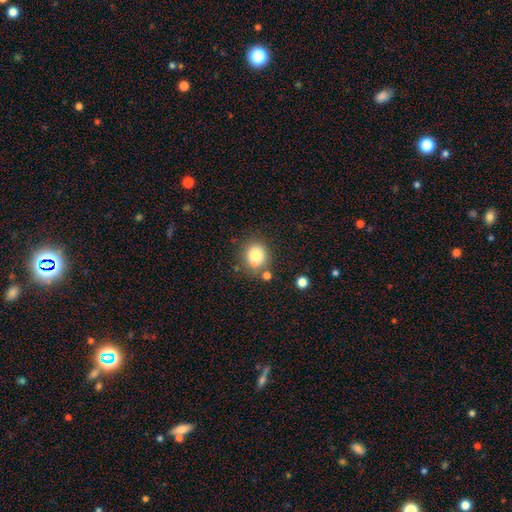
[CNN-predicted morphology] This appears to be a smooth galaxy with no disk features (77%) that is round (83%). Merging: none (69%).